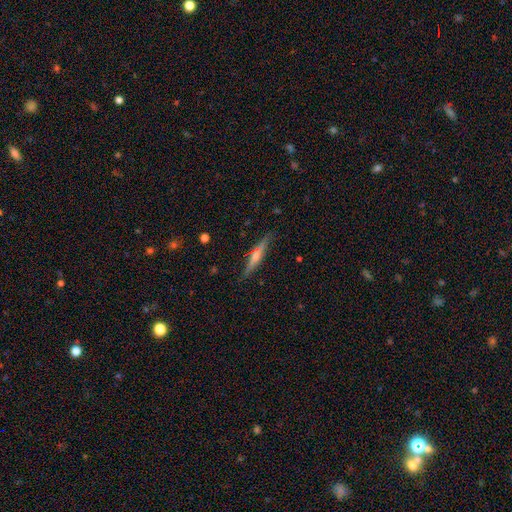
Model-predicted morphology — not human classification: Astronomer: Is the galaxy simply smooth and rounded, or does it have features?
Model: featured or disk — 67%.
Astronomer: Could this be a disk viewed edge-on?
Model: yes — 96%.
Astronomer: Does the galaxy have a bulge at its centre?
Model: rounded — 73%.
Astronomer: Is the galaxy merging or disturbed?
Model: none — 84%.